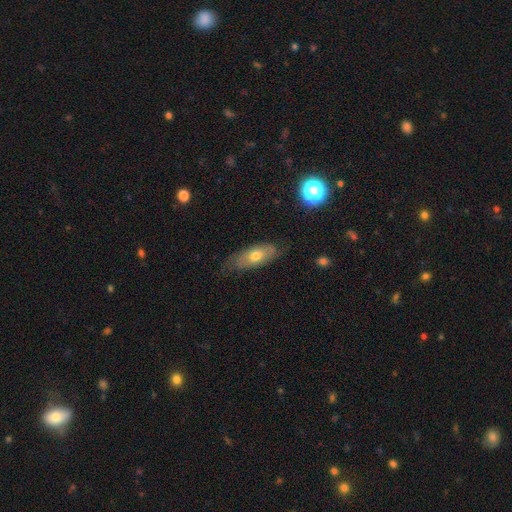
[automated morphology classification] smooth-or-featured: smooth: 61% | featured or disk: 32% | star or artifact: 7%
  how-rounded: in between: 77% | cigar-shaped: 20% | round: 3%
  merging: none: 64% | minor disturbance: 27% | major disturbance: 7% | merger: 2%